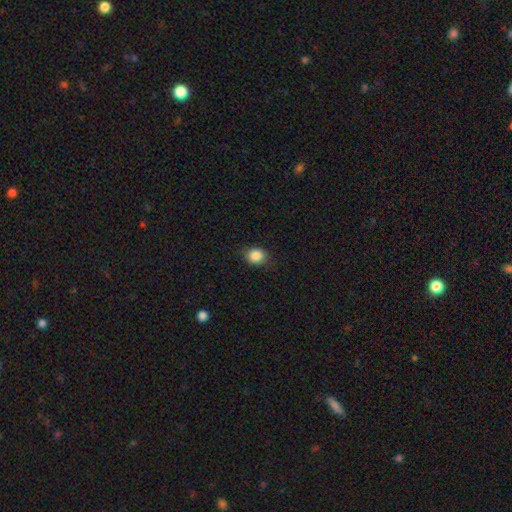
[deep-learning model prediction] Smooth or featured? smooth (86%)
How rounded? round (63%)
Merging? none (84%)